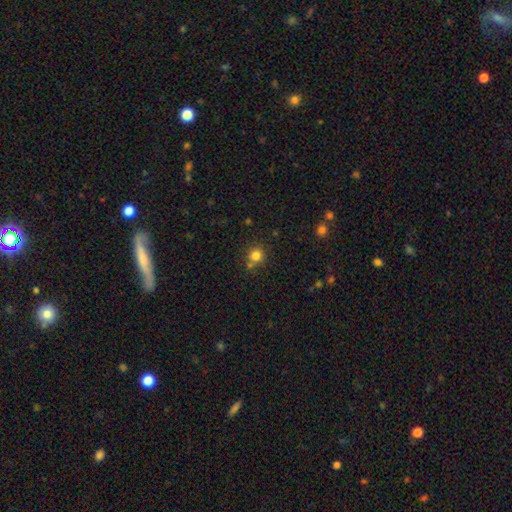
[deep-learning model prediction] Overall: smooth (81%). How rounded: round (89%). Merging: none (72%).